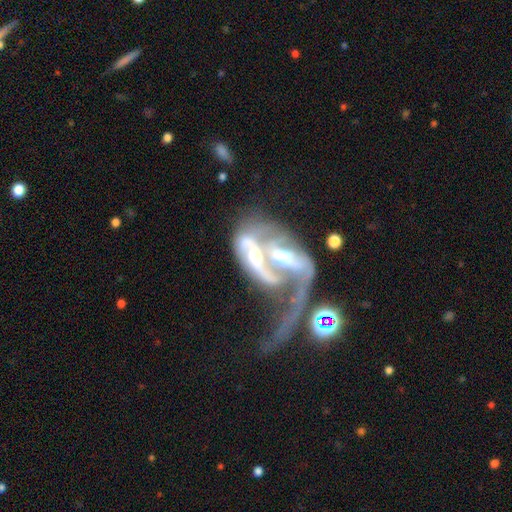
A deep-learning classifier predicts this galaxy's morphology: Q: Smooth or featured?
A: featured or disk (78%); runner-up: smooth (13%)
Q: Edge-on disk?
A: no (93%); runner-up: yes (7%)
Q: Bar?
A: no (41%); runner-up: weak (30%)
Q: Spiral arms?
A: yes (68%); runner-up: no (32%)
Q: Bulge size?
A: moderate (57%); runner-up: small (18%)
Q: Merging?
A: merger (66%); runner-up: major disturbance (23%)